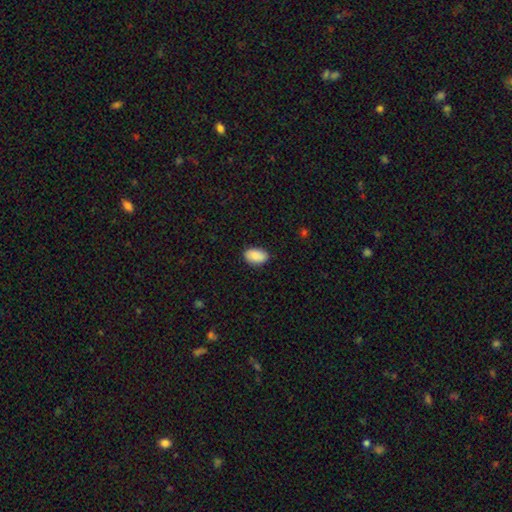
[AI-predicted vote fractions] The model was most divided on "merging": none: 84%, minor disturbance: 12%, major disturbance: 2%, merger: 1%. More confident: how rounded — in between (92%); smooth or featured — smooth (90%).